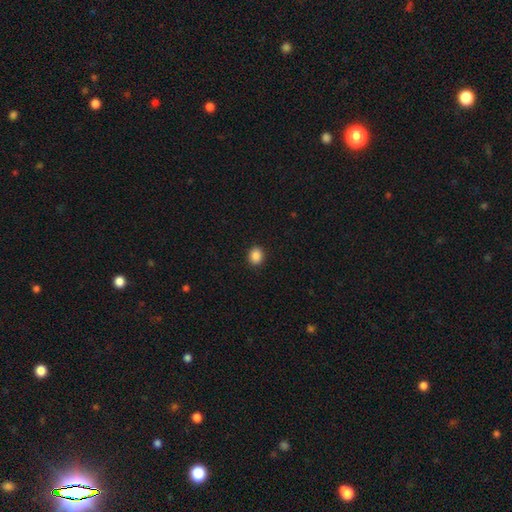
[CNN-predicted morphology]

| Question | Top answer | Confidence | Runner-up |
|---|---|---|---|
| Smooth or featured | smooth | 88% | star or artifact (9%) |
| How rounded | round | 62% | in between (37%) |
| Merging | none | 91% | minor disturbance (6%) |